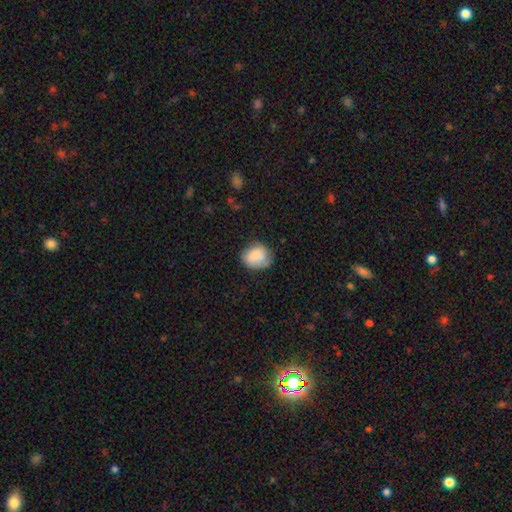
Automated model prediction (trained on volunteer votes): Overall: smooth (78%). How rounded: round (64%; in between 35%). Merging: none (67%).